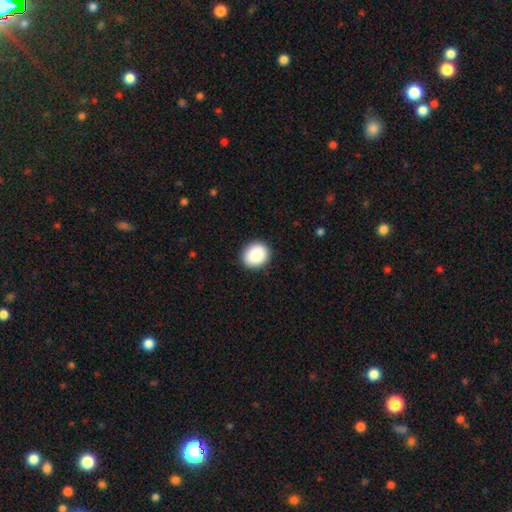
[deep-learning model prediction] A smooth galaxy with no disk features (88%) that is round (77%).

Vote fractions:
- Smooth or featured? smooth: 88% / star or artifact: 8% / featured or disk: 4%
- How rounded? round: 77% / in between: 23% / cigar-shaped: 1%
- Merging? none: 90% / minor disturbance: 7% / major disturbance: 2% / merger: 1%